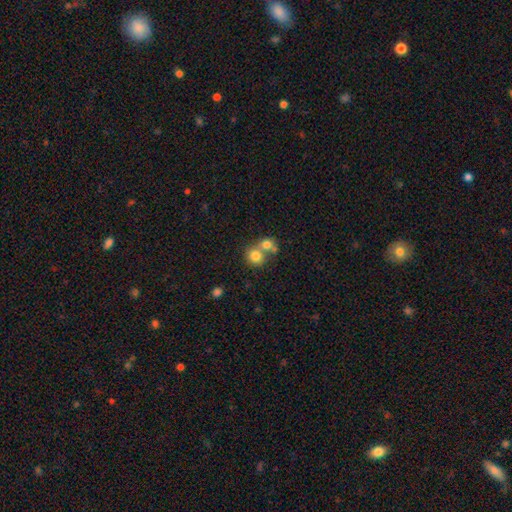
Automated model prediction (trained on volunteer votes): Smooth or featured?
  - smooth: 77% *
  - featured or disk: 12%
  - star or artifact: 11%
How rounded?
  - round: 78% *
  - in between: 21%
  - cigar-shaped: 1%
Merging?
  - merger: 55% *
  - none: 35%
  - minor disturbance: 7%
  - major disturbance: 3%